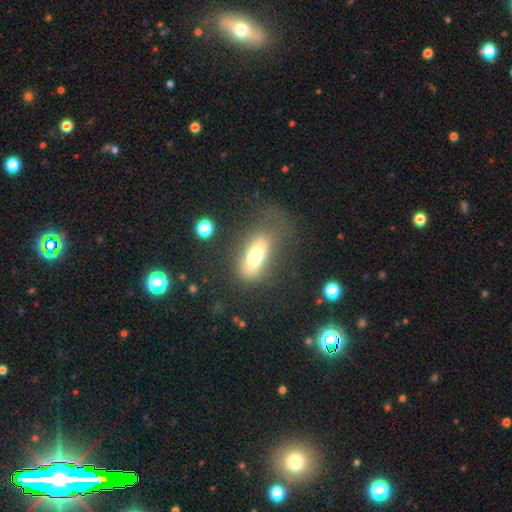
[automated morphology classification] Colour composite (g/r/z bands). It shows a smooth galaxy with no disk features (66%) that is in between round and cigar-shaped (75%). Merging: none (53%).